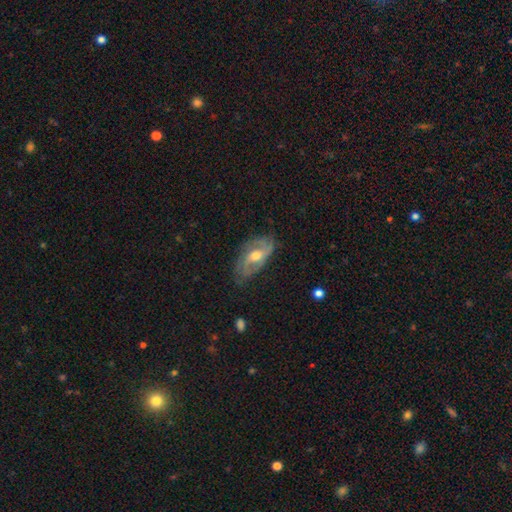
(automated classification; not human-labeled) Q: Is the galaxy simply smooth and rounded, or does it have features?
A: featured or disk — 75%.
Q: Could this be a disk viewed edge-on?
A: no — 91%.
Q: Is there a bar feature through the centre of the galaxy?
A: no — 43%.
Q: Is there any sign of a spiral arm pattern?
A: yes — 86%.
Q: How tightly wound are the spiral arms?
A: medium — 43%.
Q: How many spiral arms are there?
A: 2 — 64%.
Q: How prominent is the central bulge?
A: moderate — 74%.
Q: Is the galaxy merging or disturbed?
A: none — 68%.